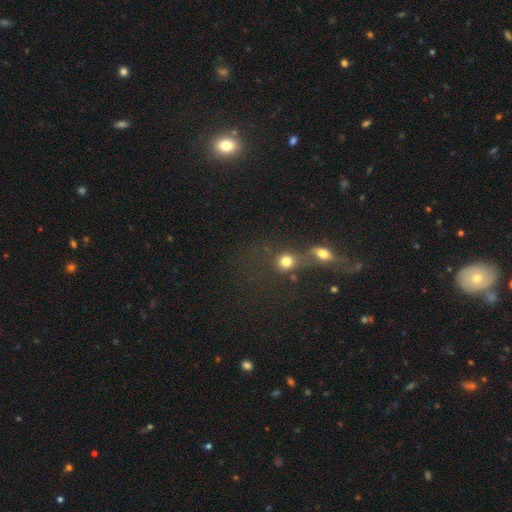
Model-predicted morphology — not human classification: Q: Smooth or featured?
A: smooth (46%); runner-up: star or artifact (37%)
Q: Merging?
A: merger (50%); runner-up: none (30%)